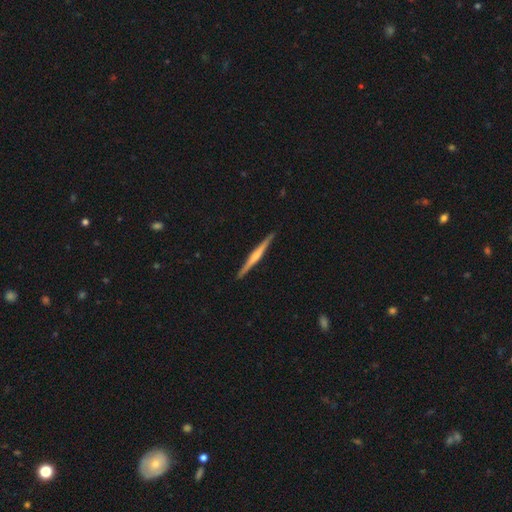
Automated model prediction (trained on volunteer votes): Smooth or featured?
  - featured or disk: 68% *
  - smooth: 27%
  - star or artifact: 5%
Edge-on disk?
  - yes: 98% *
  - no: 2%
Edge-on bulge?
  - rounded: 59% *
  - none: 26%
  - boxy: 15%
Merging?
  - none: 92% *
  - minor disturbance: 6%
  - major disturbance: 1%
  - merger: 1%